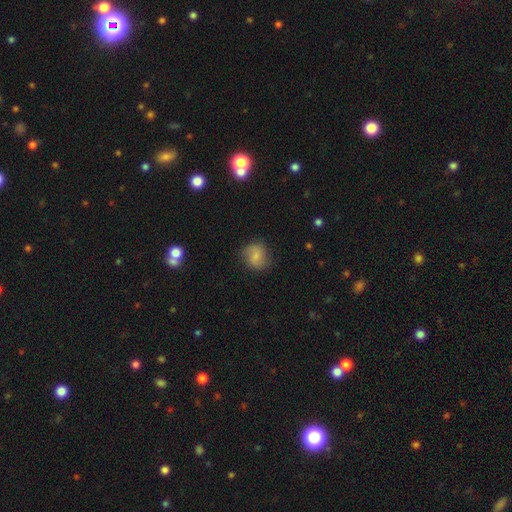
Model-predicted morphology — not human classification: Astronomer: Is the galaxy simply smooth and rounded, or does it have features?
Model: smooth — 63%.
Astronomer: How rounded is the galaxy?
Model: round — 80%.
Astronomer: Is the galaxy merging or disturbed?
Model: none — 76%.